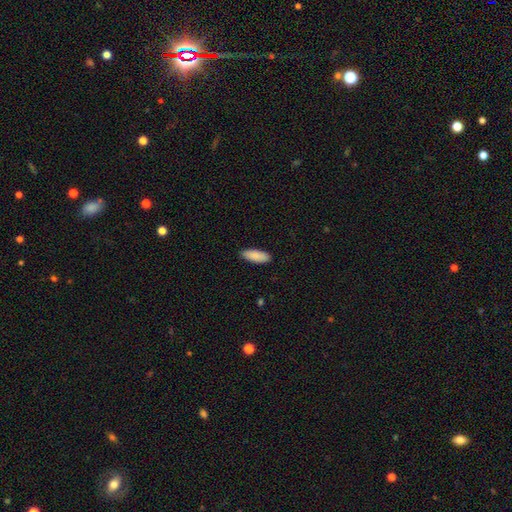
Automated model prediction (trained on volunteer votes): A smooth galaxy with no disk features (90%) that is in between round and cigar-shaped (73%).

Vote fractions:
- Smooth or featured? smooth: 90% / star or artifact: 6% / featured or disk: 5%
- How rounded? in between: 73% / cigar-shaped: 25% / round: 2%
- Merging? none: 89% / minor disturbance: 8% / major disturbance: 2% / merger: 1%